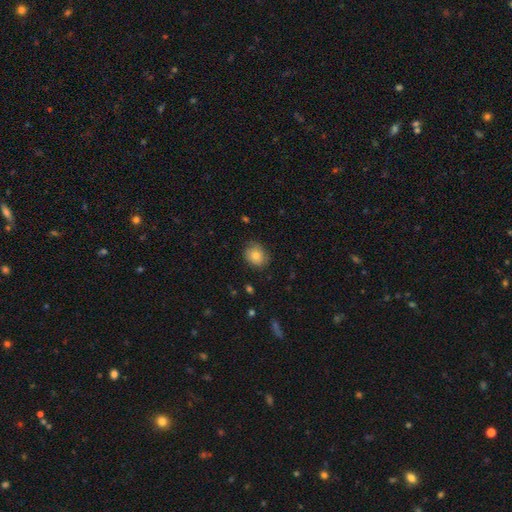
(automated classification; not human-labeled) Smooth or featured: smooth — 80% (featured or disk — 12%)
How rounded: round — 62% (in between — 37%)
Merging: none — 76% (minor disturbance — 19%)